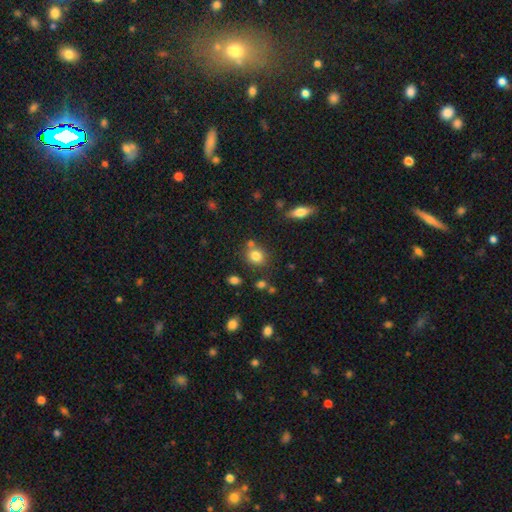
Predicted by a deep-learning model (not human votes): smooth 80%, star or artifact 12%, featured or disk 8%. Down the decision tree: how rounded — round (68%); merging — none (70%).